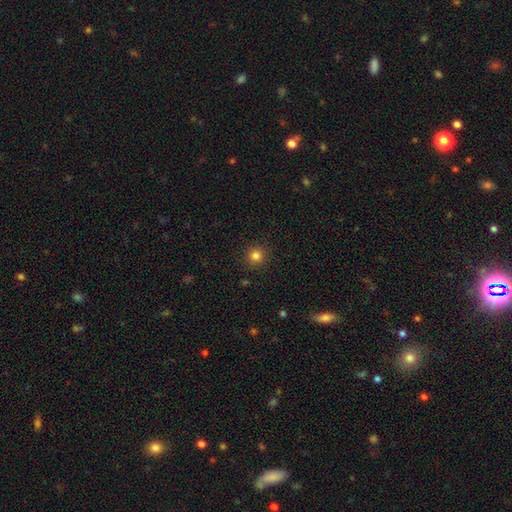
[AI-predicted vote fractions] Overall: smooth (83%). How rounded: round (94%). Merging: none (91%).